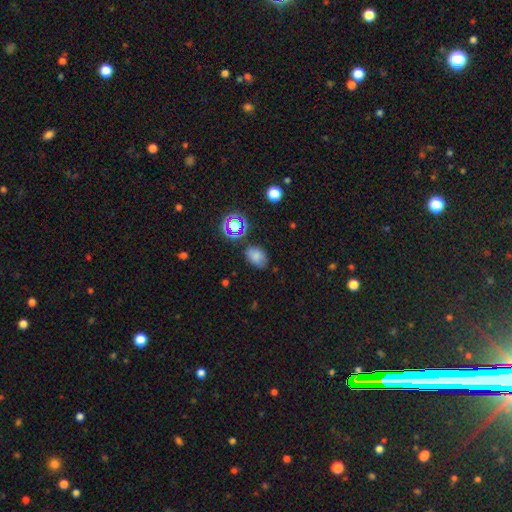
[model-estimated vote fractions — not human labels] smooth_or_featured: smooth (p=0.71) [alt: star or artifact p=0.19]
how_rounded: in between (p=0.78) [alt: round p=0.21]
merging: none (p=0.69) [alt: minor disturbance p=0.21]